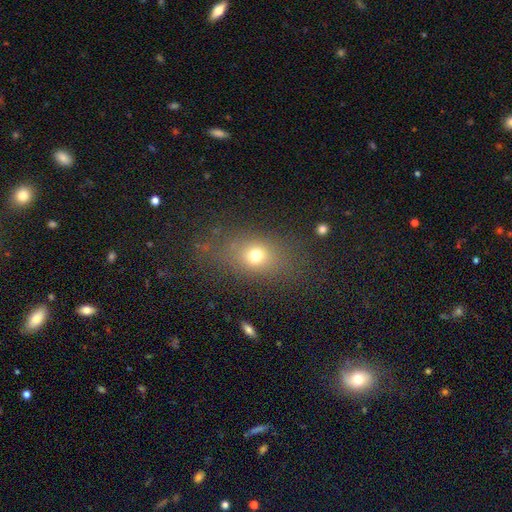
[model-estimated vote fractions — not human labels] The model was most divided on "how rounded": in between: 59%, round: 37%, cigar-shaped: 3%. More confident: merging — none (71%); smooth or featured — smooth (70%).